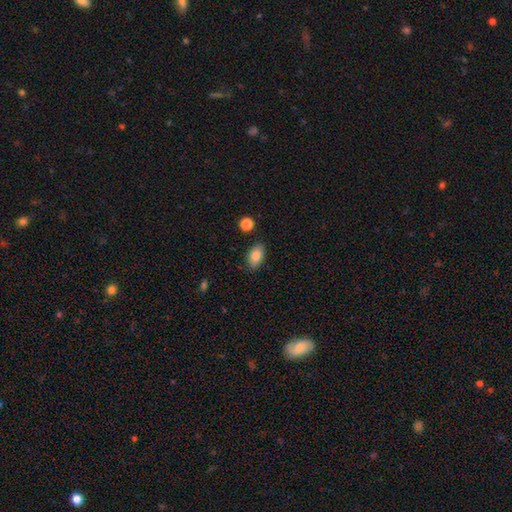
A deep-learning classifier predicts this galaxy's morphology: smooth-or-featured: smooth: 84% | featured or disk: 9% | star or artifact: 8%
  how-rounded: in between: 91% | round: 7% | cigar-shaped: 3%
  merging: none: 85% | minor disturbance: 10% | merger: 2% | major disturbance: 2%